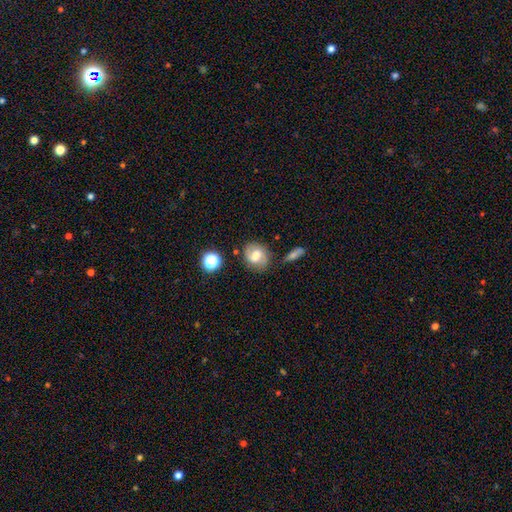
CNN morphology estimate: The model was most divided on "smooth or featured": smooth: 46%, featured or disk: 43%, star or artifact: 11%. More confident: merging — none (75%).